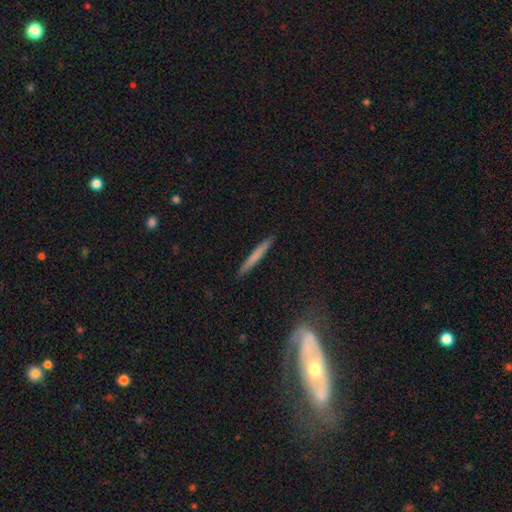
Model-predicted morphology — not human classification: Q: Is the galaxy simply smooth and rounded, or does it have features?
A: smooth — 64%.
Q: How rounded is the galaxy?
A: cigar-shaped — 96%.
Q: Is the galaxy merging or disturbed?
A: none — 91%.